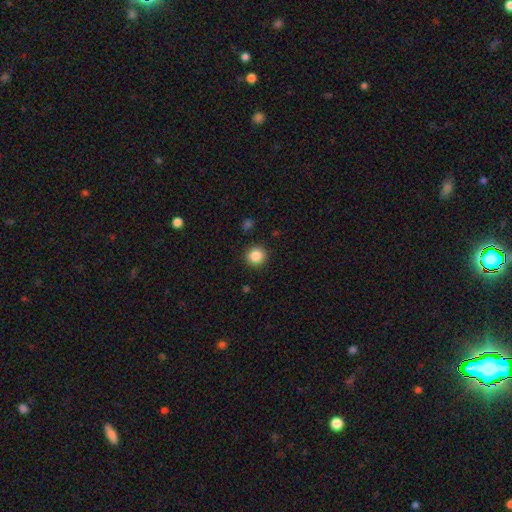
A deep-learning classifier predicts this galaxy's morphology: Smooth or featured? Predicted: smooth (p=0.86). How rounded? Predicted: round (p=0.94). Merging? Predicted: none (p=0.91).